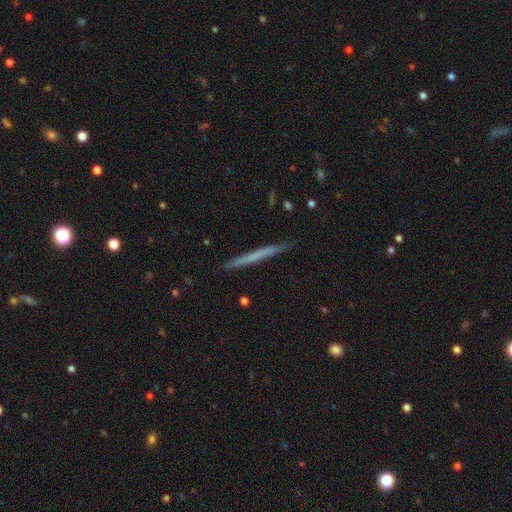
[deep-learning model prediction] Smooth or featured? Predicted: smooth (p=0.54). How rounded? Predicted: cigar-shaped (p=0.97). Merging? Predicted: none (p=0.89).